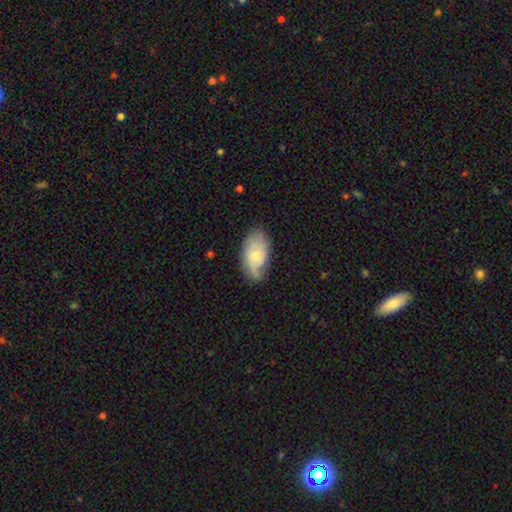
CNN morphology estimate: A smooth galaxy with no disk features (48%). Merging: none (55%).